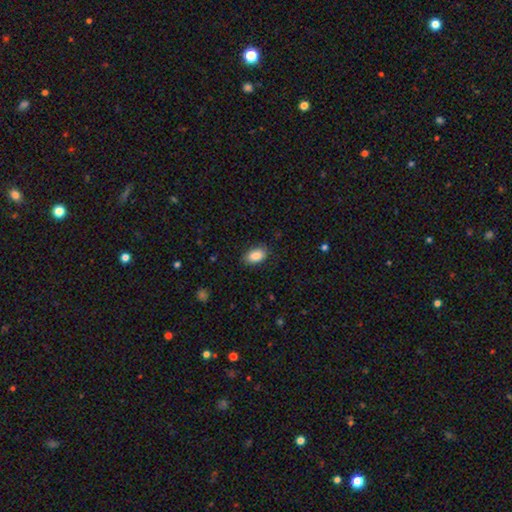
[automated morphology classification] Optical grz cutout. It shows a smooth galaxy with no disk features (87%) that is in between round and cigar-shaped (92%). Merging: none (86%).